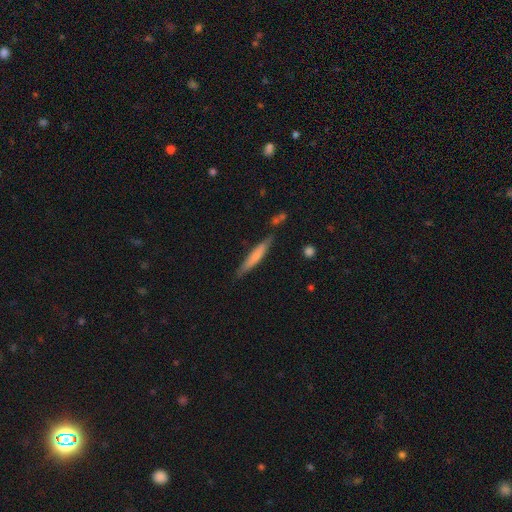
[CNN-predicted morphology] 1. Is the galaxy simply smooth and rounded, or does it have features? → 63% smooth, 31% featured or disk, 6% star or artifact.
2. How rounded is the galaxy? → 92% cigar-shaped, 6% in between, 1% round.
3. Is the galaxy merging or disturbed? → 81% none, 14% minor disturbance, 3% merger, 3% major disturbance.